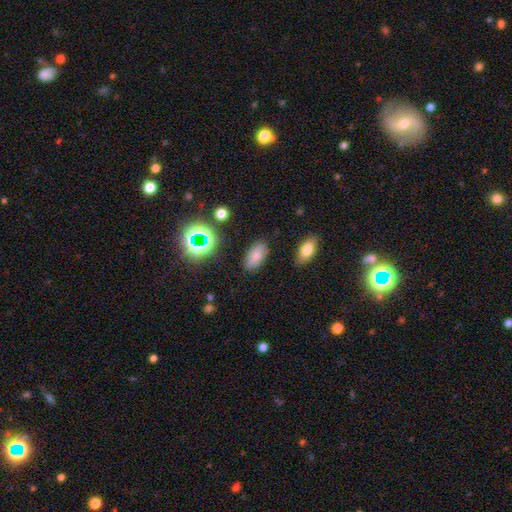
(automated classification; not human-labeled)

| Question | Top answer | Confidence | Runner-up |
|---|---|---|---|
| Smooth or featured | smooth | 76% | star or artifact (14%) |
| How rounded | in between | 92% | round (4%) |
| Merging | none | 83% | minor disturbance (11%) |